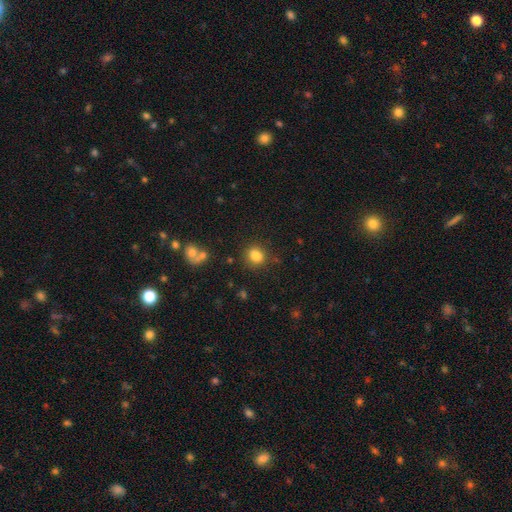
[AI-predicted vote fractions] This appears to be a smooth galaxy with no disk features (83%) that is round (57%). Merging: none (79%).